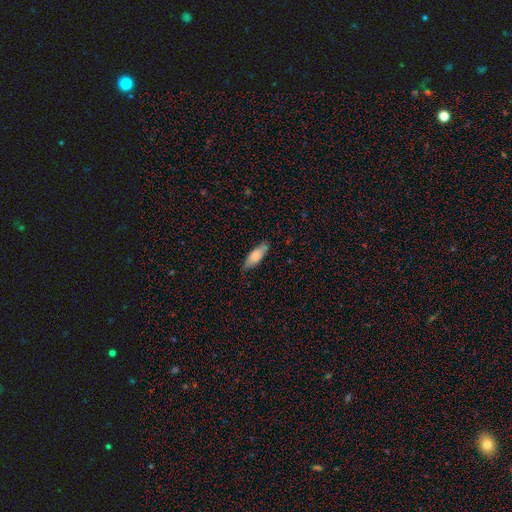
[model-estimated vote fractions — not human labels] Overall: smooth (78%). How rounded: in between (62%; cigar-shaped 37%). Merging: none (78%).